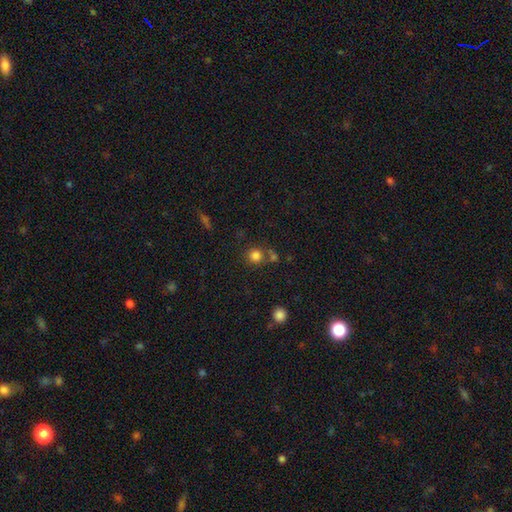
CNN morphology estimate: Q: Smooth or featured?
A: smooth (81%); runner-up: star or artifact (14%)
Q: How rounded?
A: round (91%); runner-up: in between (8%)
Q: Merging?
A: none (68%); runner-up: merger (19%)